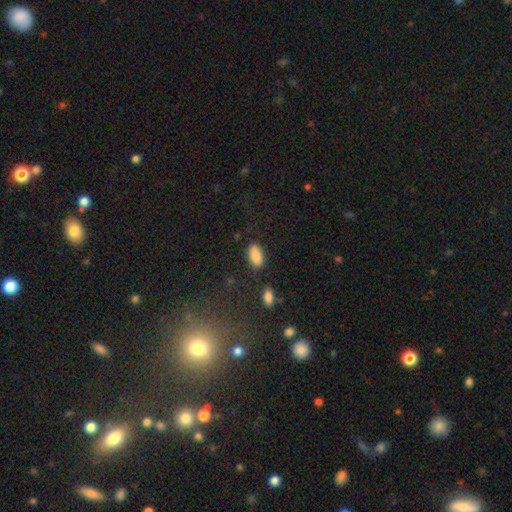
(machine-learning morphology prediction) Smooth or featured? Predicted: smooth (p=0.88). How rounded? Predicted: in between (p=0.93). Merging? Predicted: none (p=0.82).